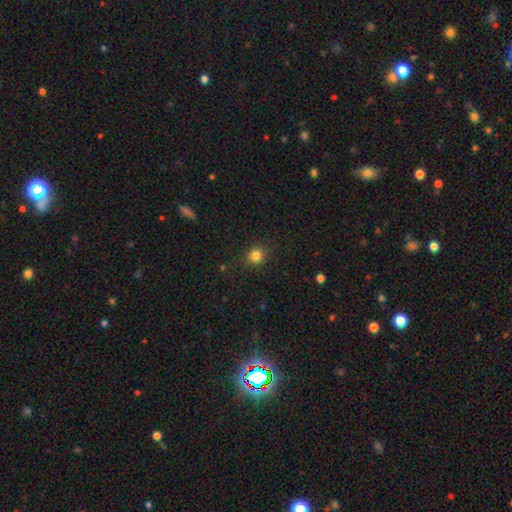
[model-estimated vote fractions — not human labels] Q: Smooth or featured?
A: smooth (83%); runner-up: star or artifact (13%)
Q: How rounded?
A: round (89%); runner-up: in between (10%)
Q: Merging?
A: none (89%); runner-up: minor disturbance (8%)